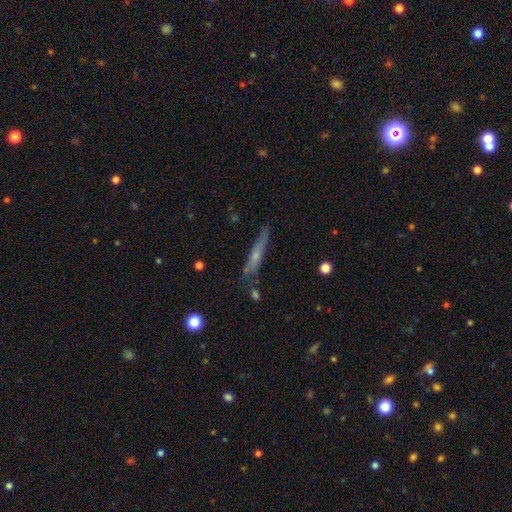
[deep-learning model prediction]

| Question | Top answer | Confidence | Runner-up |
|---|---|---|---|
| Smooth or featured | featured or disk | 51% | smooth (42%) |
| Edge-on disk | yes | 88% | no (12%) |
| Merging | none | 77% | minor disturbance (16%) |